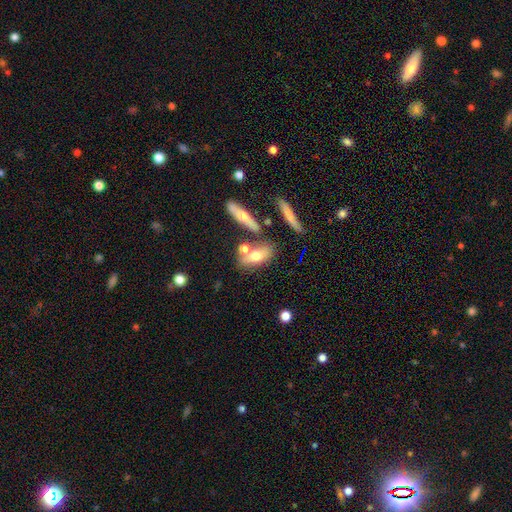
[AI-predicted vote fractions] Overall: smooth (63%; featured or disk 28%). How rounded: in between (69%). Merging: none (54%; merger 27%).